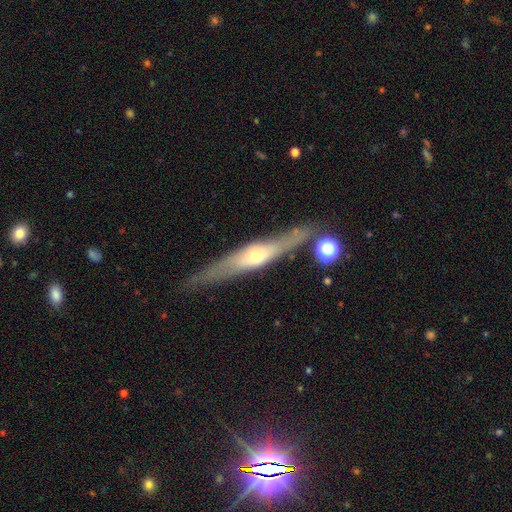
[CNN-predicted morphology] Smooth or featured? featured or disk (66%)
Edge-on disk? yes (90%)
Edge-on bulge? rounded (82%)
Merging? none (78%)